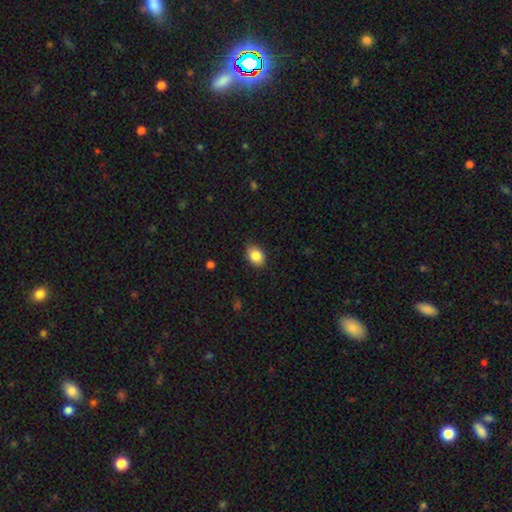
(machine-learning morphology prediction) Smooth or featured? Predicted: smooth (p=0.86). How rounded? Predicted: in between (p=0.71). Merging? Predicted: none (p=0.78).